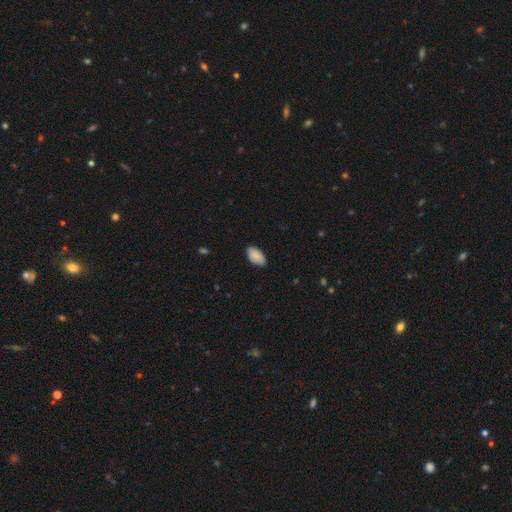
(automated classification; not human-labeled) Smooth or featured?
  - smooth: 89% *
  - star or artifact: 6%
  - featured or disk: 4%
How rounded?
  - in between: 95% *
  - round: 3%
  - cigar-shaped: 2%
Merging?
  - none: 84% *
  - minor disturbance: 13%
  - major disturbance: 2%
  - merger: 1%